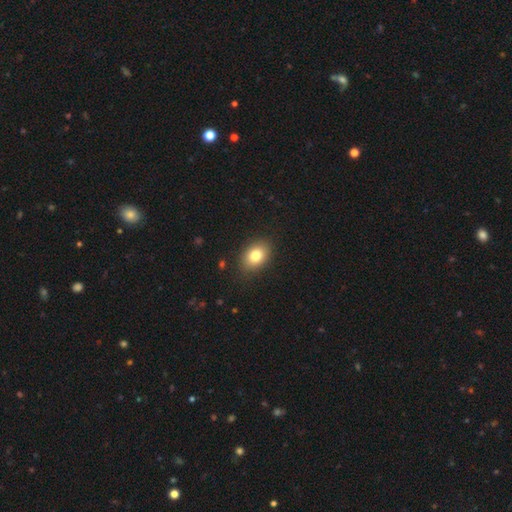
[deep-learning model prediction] smooth-or-featured: smooth: 80% | featured or disk: 10% | star or artifact: 9%
  how-rounded: in between: 73% | round: 26% | cigar-shaped: 1%
  merging: none: 87% | minor disturbance: 10% | major disturbance: 3% | merger: 1%